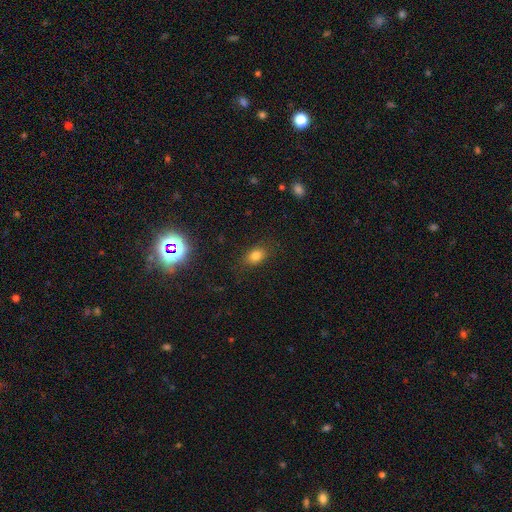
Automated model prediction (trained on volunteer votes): Smooth or featured? Predicted: smooth (p=0.79). How rounded? Predicted: in between (p=0.76). Merging? Predicted: none (p=0.82).